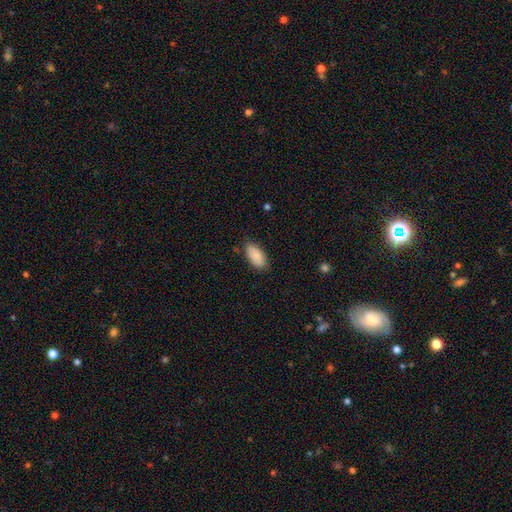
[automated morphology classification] Smooth or featured? smooth (88%)
How rounded? in between (93%)
Merging? none (82%)